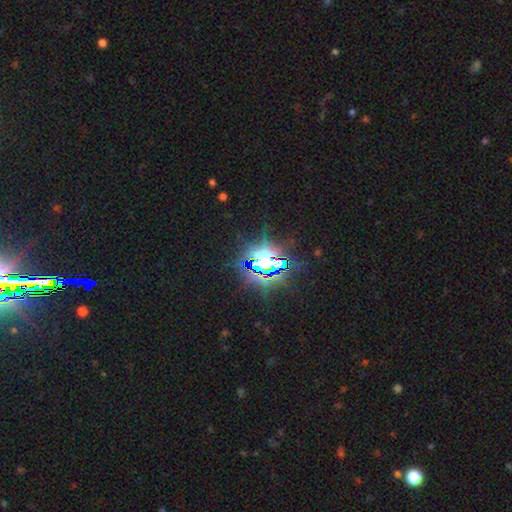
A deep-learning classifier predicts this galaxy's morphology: Smooth or featured? Predicted: star or artifact (p=0.78).